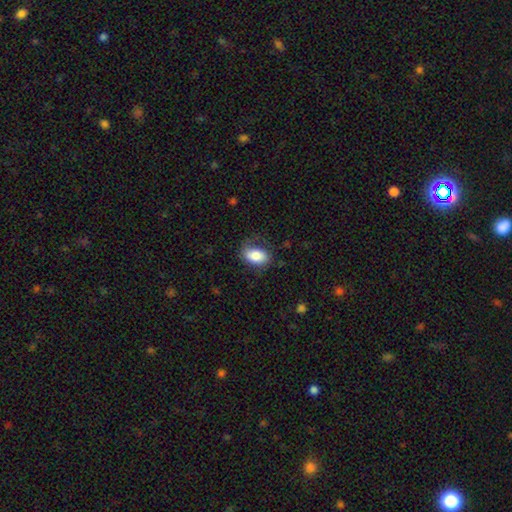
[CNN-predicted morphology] This appears to be a smooth galaxy with no disk features (79%) that is in between round and cigar-shaped (90%). Merging: none (63%).